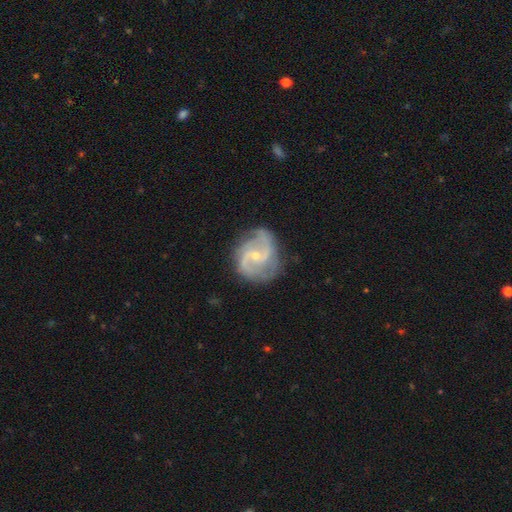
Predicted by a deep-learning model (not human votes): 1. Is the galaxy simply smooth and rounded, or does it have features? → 89% featured or disk, 6% smooth, 5% star or artifact.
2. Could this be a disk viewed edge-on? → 98% no, 2% yes.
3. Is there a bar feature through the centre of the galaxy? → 46% no, 43% weak, 11% strong.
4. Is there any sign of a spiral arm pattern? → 97% yes, 3% no.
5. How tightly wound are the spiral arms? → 55% medium, 26% loose, 20% tight.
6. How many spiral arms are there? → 80% 2, 8% 3, 5% can't tell, 2% 1, 2% 4, 2% more than 4.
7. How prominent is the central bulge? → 71% small, 26% moderate, 1% none, 1% large, 1% dominant.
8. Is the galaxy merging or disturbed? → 75% none, 18% minor disturbance, 6% major disturbance, 1% merger.